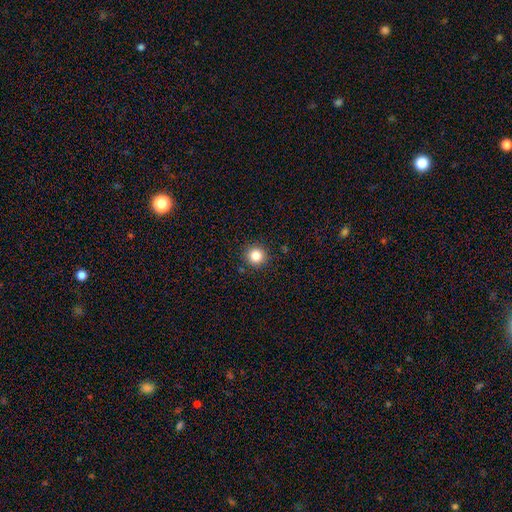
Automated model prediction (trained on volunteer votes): Smooth or featured? smooth (84%)
How rounded? round (95%)
Merging? none (91%)